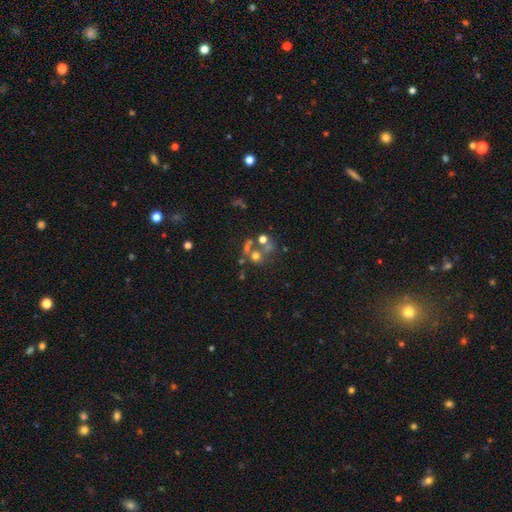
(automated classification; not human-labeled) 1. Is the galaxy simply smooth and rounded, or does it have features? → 50% smooth, 26% featured or disk, 24% star or artifact.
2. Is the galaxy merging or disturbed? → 42% merger, 40% none, 9% major disturbance, 9% minor disturbance.